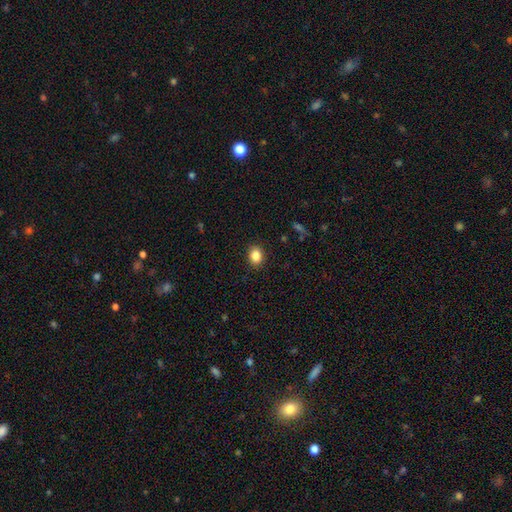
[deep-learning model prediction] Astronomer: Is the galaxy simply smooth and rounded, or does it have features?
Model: smooth — 86%.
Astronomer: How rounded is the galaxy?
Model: in between — 56% (runner-up: round, 43%).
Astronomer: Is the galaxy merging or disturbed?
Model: none — 90%.